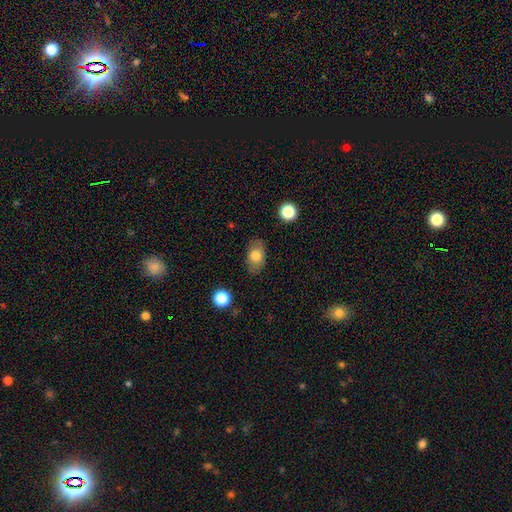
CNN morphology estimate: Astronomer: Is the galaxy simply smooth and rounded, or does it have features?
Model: smooth — 76%.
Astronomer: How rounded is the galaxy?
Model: in between — 85%.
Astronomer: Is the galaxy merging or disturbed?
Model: none — 80%.